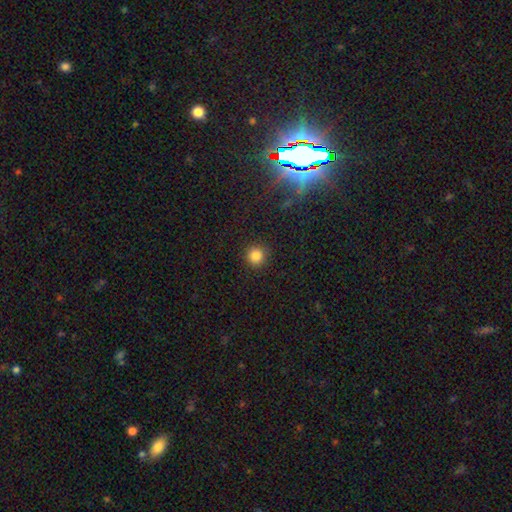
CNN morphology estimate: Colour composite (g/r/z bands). It shows a smooth galaxy with no disk features (84%) that is round (95%). Merging: none (91%).